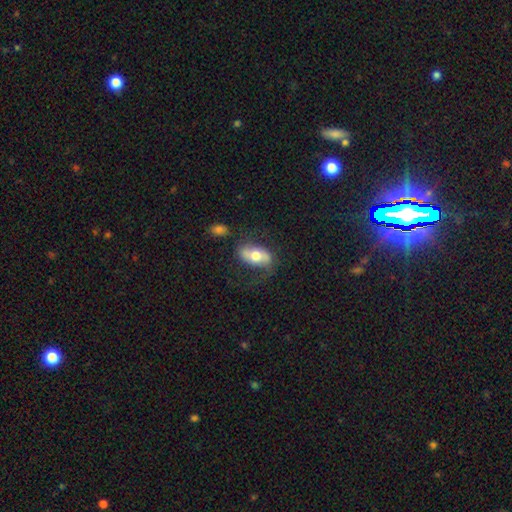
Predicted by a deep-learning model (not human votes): Smooth or featured? Predicted: featured or disk (p=0.48). Merging? Predicted: none (p=0.63).